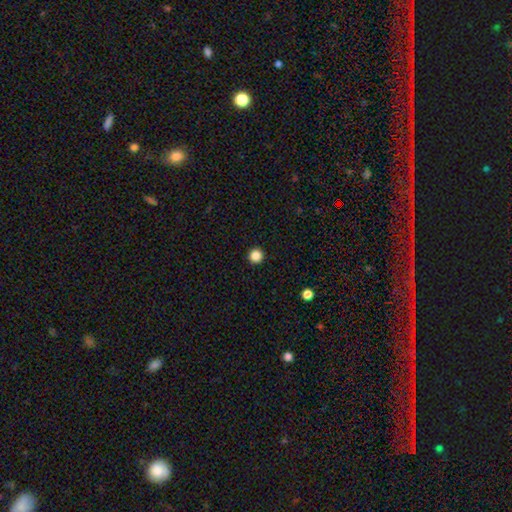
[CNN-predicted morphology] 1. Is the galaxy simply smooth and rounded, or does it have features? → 87% smooth, 11% star or artifact, 3% featured or disk.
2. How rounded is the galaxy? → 97% round, 2% in between, 1% cigar-shaped.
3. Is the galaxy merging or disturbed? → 94% none, 3% minor disturbance, 1% major disturbance, 1% merger.